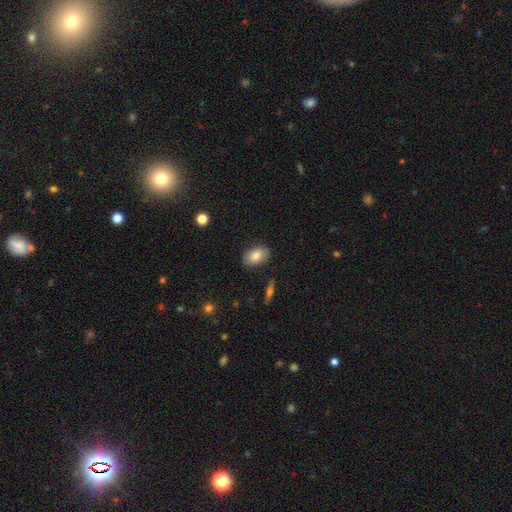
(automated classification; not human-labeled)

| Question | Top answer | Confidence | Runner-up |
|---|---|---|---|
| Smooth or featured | smooth | 81% | featured or disk (12%) |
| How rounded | in between | 89% | round (10%) |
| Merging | none | 86% | minor disturbance (10%) |